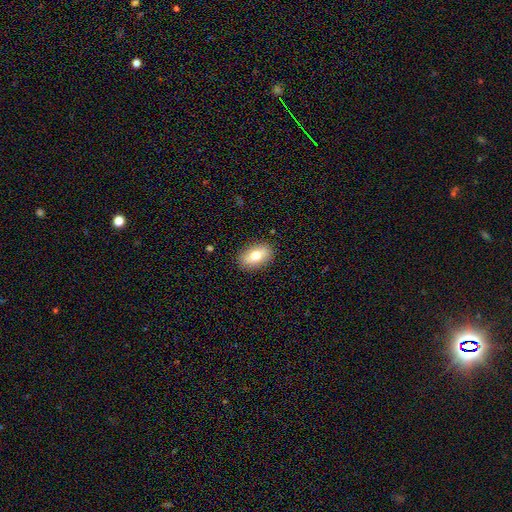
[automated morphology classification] A smooth galaxy with no disk features (72%) that is in between round and cigar-shaped (88%). Merging: none (88%).